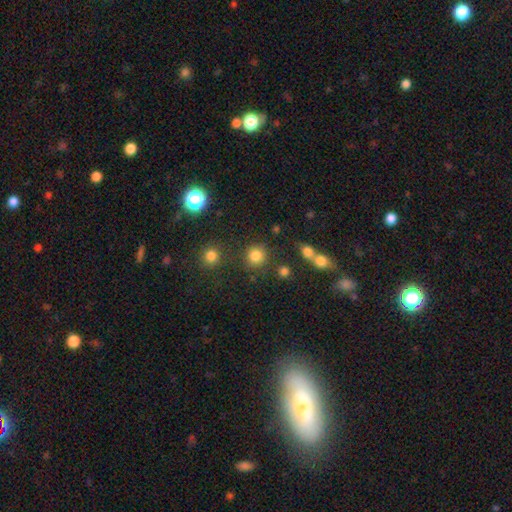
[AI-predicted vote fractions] Morphology: type=smooth (81%); roundness=round (90%); merging=none (81%).